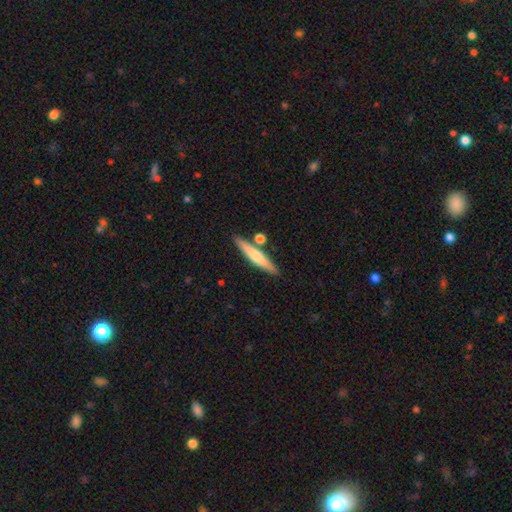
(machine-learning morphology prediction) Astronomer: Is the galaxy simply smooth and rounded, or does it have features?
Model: smooth — 56% (runner-up: featured or disk, 38%).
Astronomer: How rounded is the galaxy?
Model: cigar-shaped — 90%.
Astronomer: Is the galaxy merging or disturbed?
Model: none — 80%.